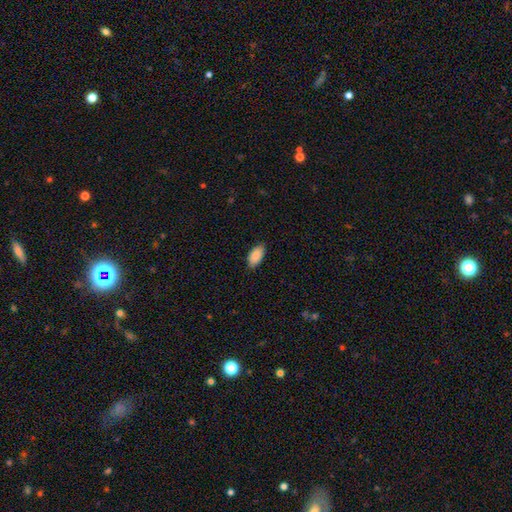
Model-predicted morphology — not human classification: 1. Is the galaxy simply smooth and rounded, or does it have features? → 90% smooth, 6% star or artifact, 4% featured or disk.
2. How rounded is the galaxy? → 94% in between, 4% cigar-shaped, 2% round.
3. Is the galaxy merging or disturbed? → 85% none, 12% minor disturbance, 2% major disturbance, 1% merger.